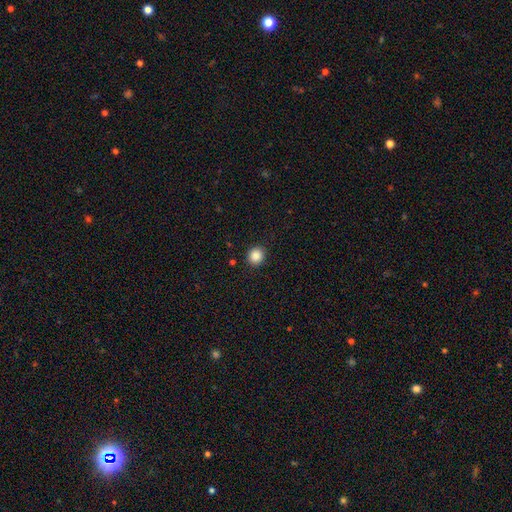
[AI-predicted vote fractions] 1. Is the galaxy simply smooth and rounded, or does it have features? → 86% smooth, 10% star or artifact, 4% featured or disk.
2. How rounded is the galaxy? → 86% round, 13% in between, 1% cigar-shaped.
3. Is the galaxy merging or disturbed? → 91% none, 6% minor disturbance, 2% major disturbance, 1% merger.